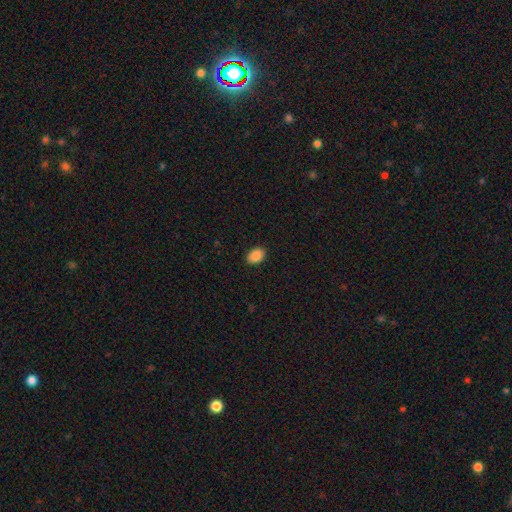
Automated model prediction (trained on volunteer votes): Morphology: type=smooth (89%); roundness=in between (81%); merging=none (90%).